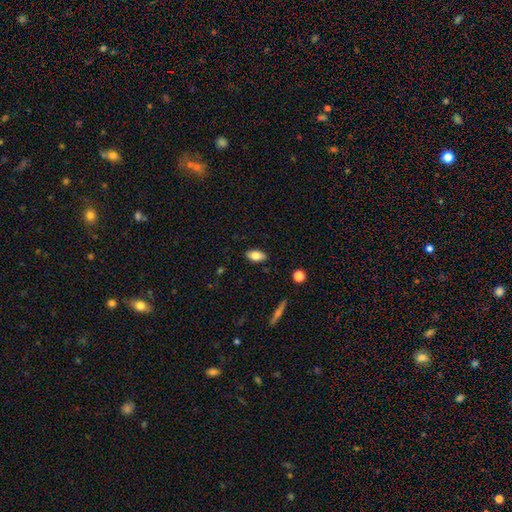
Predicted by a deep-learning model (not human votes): The model was most divided on "smooth or featured": smooth: 78%, featured or disk: 14%, star or artifact: 8%. More confident: how rounded — in between (90%); merging — none (87%).